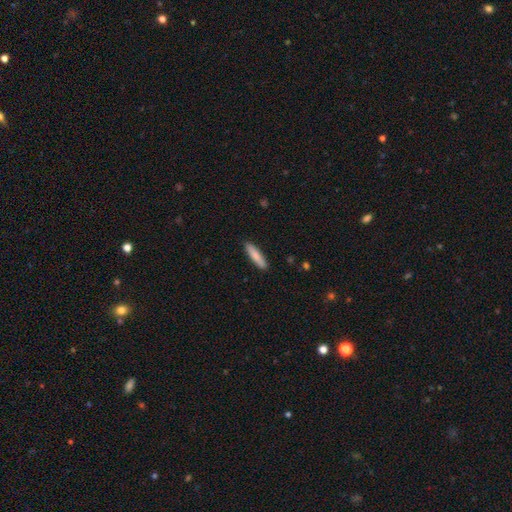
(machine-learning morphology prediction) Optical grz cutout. It shows a smooth galaxy with no disk features (82%) that is cigar-shaped (80%). Merging: none (90%).